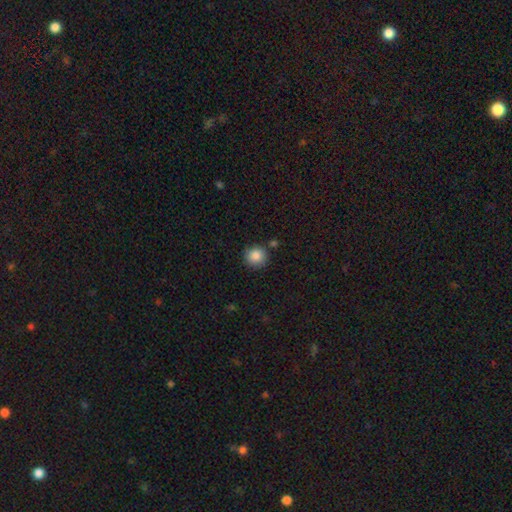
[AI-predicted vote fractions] The model was most divided on "merging": none: 82%, minor disturbance: 10%, merger: 5%, major disturbance: 2%. More confident: how rounded — round (92%); smooth or featured — smooth (86%).